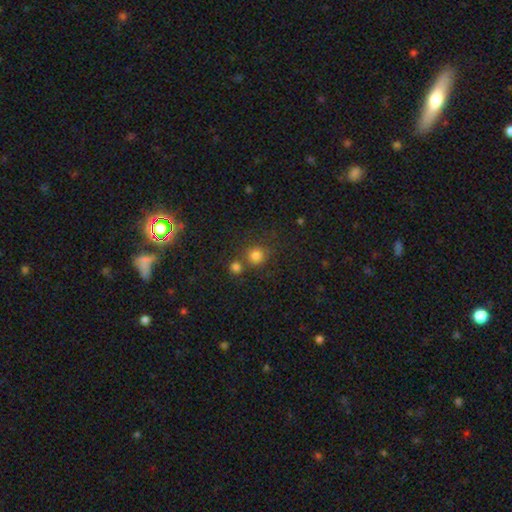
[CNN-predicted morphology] smooth-or-featured: smooth: 80% | star or artifact: 14% | featured or disk: 6%
  how-rounded: round: 91% | in between: 9% | cigar-shaped: 1%
  merging: none: 64% | merger: 25% | minor disturbance: 8% | major disturbance: 3%